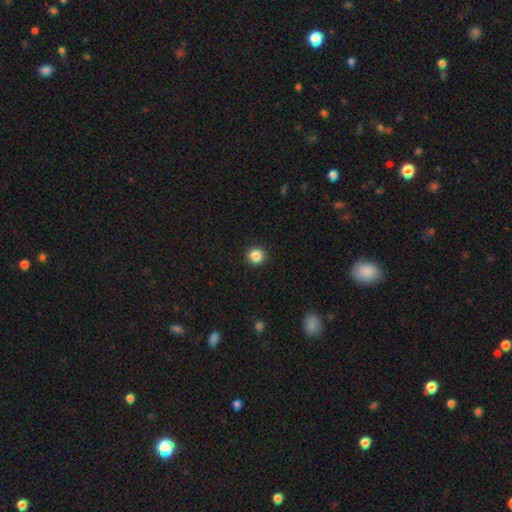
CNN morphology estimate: Smooth or featured?
  - smooth: 86% *
  - star or artifact: 11%
  - featured or disk: 4%
How rounded?
  - round: 94% *
  - in between: 5%
  - cigar-shaped: 1%
Merging?
  - none: 93% *
  - minor disturbance: 4%
  - major disturbance: 2%
  - merger: 1%